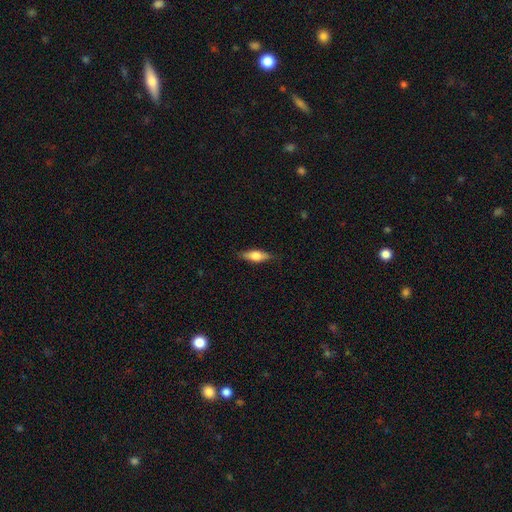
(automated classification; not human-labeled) Smooth or featured: smooth — 60% (featured or disk — 33%)
How rounded: in between — 60% (cigar-shaped — 37%)
Merging: none — 83% (minor disturbance — 13%)